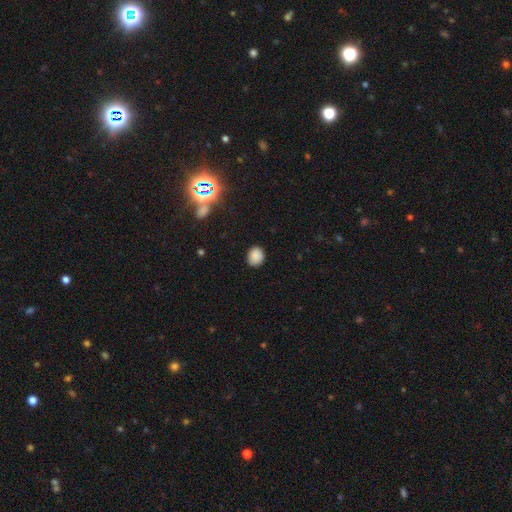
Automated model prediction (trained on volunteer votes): Smooth or featured? Predicted: smooth (p=0.86). How rounded? Predicted: round (p=0.65). Merging? Predicted: none (p=0.86).